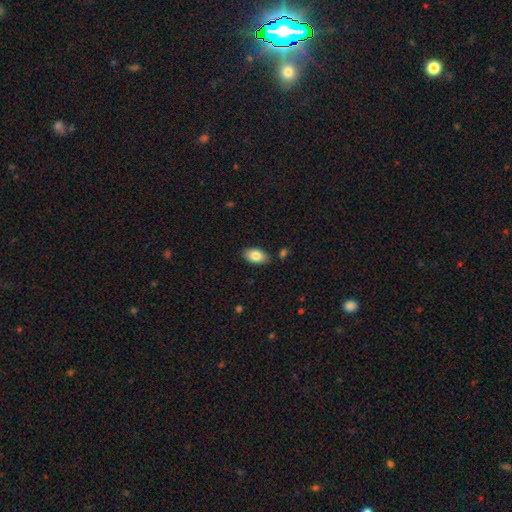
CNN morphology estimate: This appears to be a smooth galaxy with no disk features (84%) that is in between round and cigar-shaped (94%). Merging: none (84%).